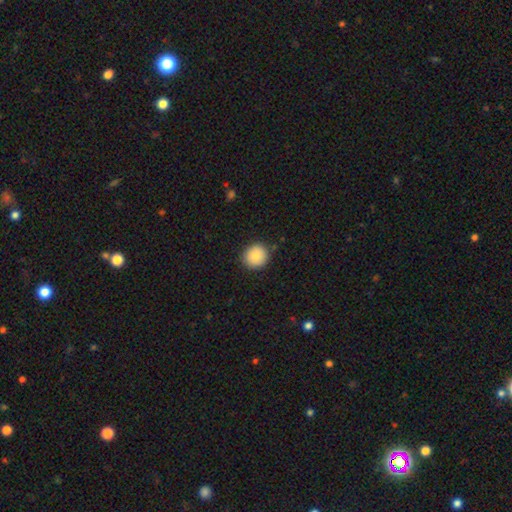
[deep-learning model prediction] smooth_or_featured: smooth (p=0.85) [alt: star or artifact p=0.08]
how_rounded: round (p=0.89) [alt: in between p=0.10]
merging: none (p=0.87) [alt: minor disturbance p=0.10]